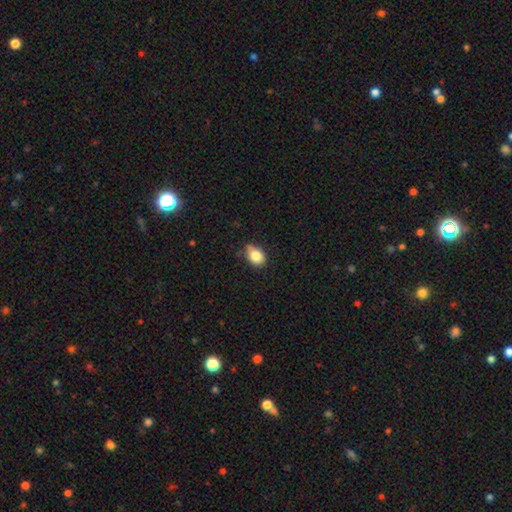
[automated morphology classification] The model was most divided on "merging": none: 61%, minor disturbance: 31%, major disturbance: 5%, merger: 3%. More confident: smooth or featured — smooth (82%); how rounded — in between (70%).